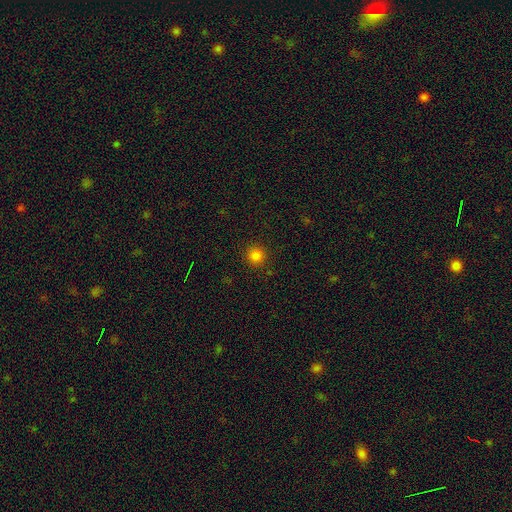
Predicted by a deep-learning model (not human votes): This appears to be a smooth galaxy with no disk features (82%) that is round (94%). Merging: none (91%).